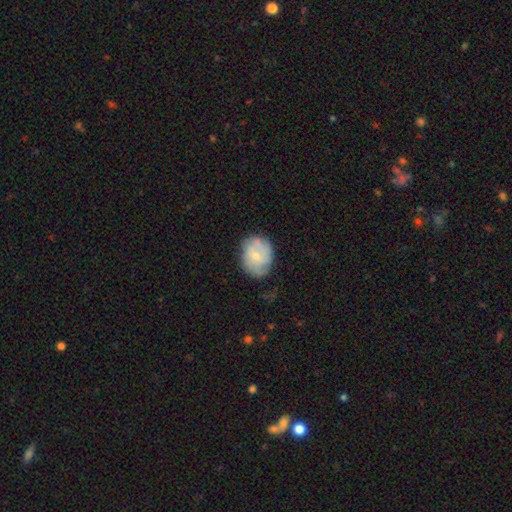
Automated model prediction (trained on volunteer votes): smooth_or_featured: smooth (p=0.50) [alt: featured or disk p=0.43]
how_rounded: in between (p=0.54) [alt: round p=0.46]
merging: none (p=0.64) [alt: minor disturbance p=0.25]